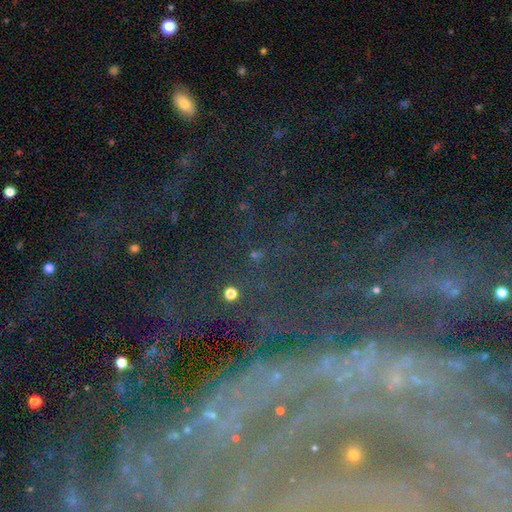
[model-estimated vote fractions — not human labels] Smooth or featured: star or artifact — 66% (smooth — 21%)